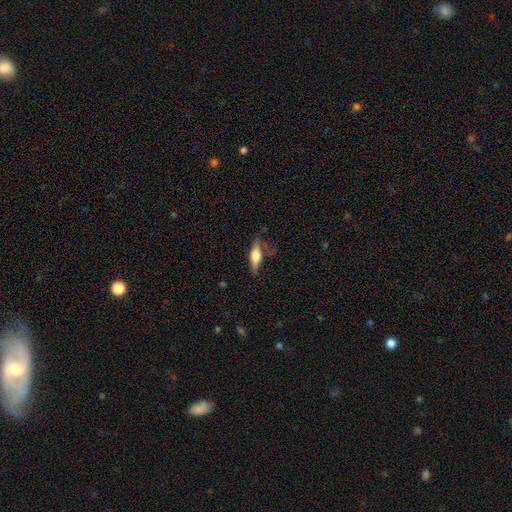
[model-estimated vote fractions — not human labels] Smooth or featured?
  - featured or disk: 48% *
  - smooth: 45%
  - star or artifact: 7%
Merging?
  - none: 66% *
  - minor disturbance: 22%
  - major disturbance: 8%
  - merger: 4%